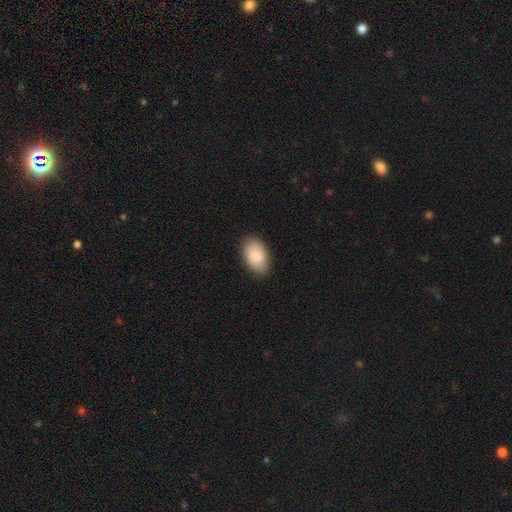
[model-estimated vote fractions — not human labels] Smooth or featured? smooth (80%)
How rounded? in between (94%)
Merging? none (86%)